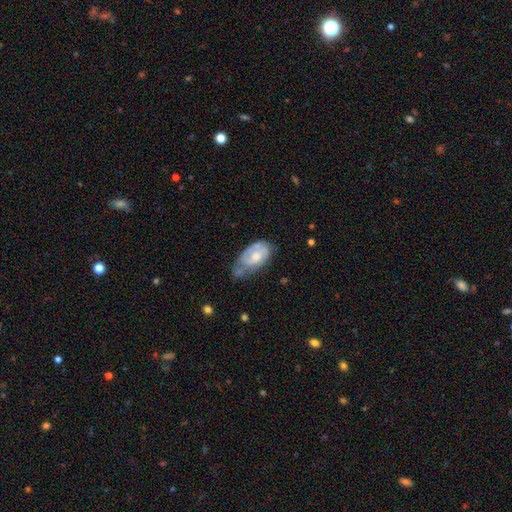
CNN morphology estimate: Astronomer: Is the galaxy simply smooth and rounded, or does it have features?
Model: featured or disk — 52% (runner-up: smooth, 42%).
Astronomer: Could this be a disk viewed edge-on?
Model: no — 94%.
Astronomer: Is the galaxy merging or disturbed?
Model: minor disturbance — 40% (runner-up: none, 34%).